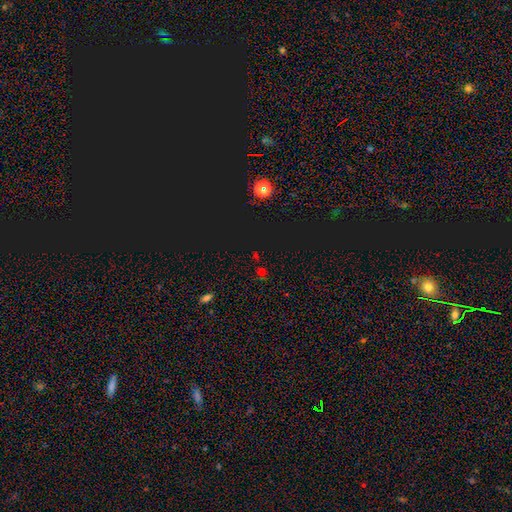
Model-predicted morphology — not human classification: star or artifact 63%, smooth 30%, featured or disk 7%.